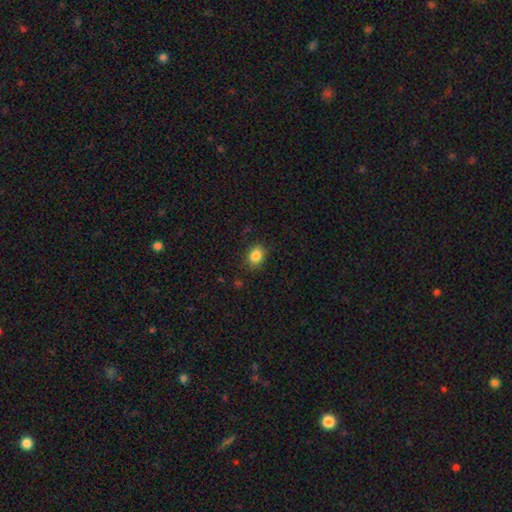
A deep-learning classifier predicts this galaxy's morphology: This appears to be a smooth galaxy with no disk features (85%) that is in between round and cigar-shaped (59%). Merging: none (84%).